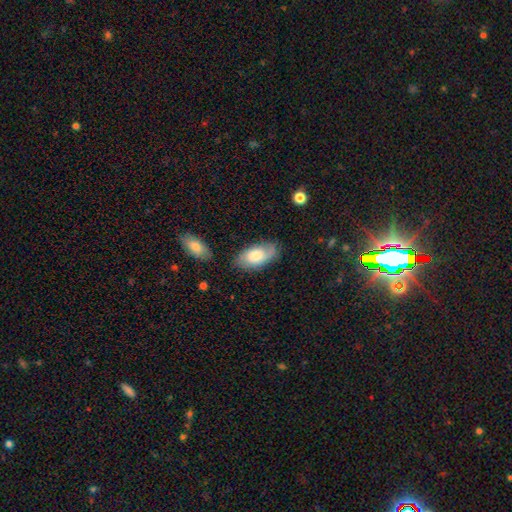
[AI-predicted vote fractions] A smooth galaxy with no disk features (61%) that is in between round and cigar-shaped (94%).

Vote fractions:
- Smooth or featured? smooth: 61% / featured or disk: 32% / star or artifact: 7%
- How rounded? in between: 94% / round: 3% / cigar-shaped: 3%
- Merging? none: 73% / minor disturbance: 19% / major disturbance: 5% / merger: 3%